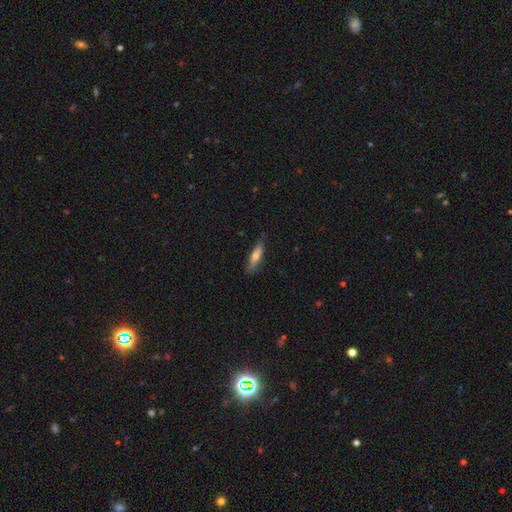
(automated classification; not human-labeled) This is likely a smooth galaxy (61%). How rounded: likely cigar-shaped (71%). Merging: likely none (80%).